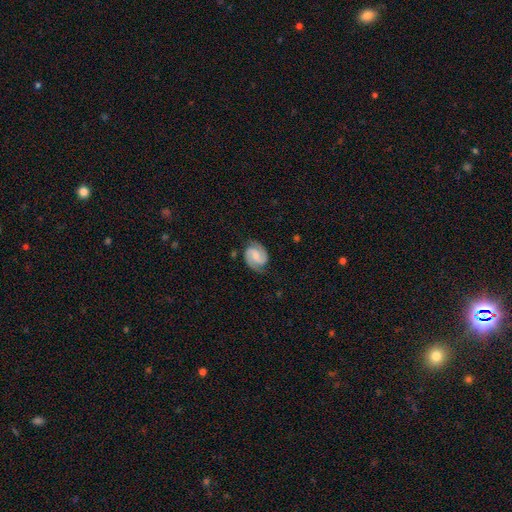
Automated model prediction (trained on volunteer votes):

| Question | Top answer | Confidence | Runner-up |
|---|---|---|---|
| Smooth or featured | featured or disk | 82% | smooth (13%) |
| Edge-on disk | no | 98% | yes (2%) |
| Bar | weak | 49% | no (29%) |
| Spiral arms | yes | 97% | no (3%) |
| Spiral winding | medium | 48% | tight (38%) |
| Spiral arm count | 2 | 92% | can't tell (3%) |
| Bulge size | small | 36% | moderate (30%) |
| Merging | none | 80% | minor disturbance (15%) |